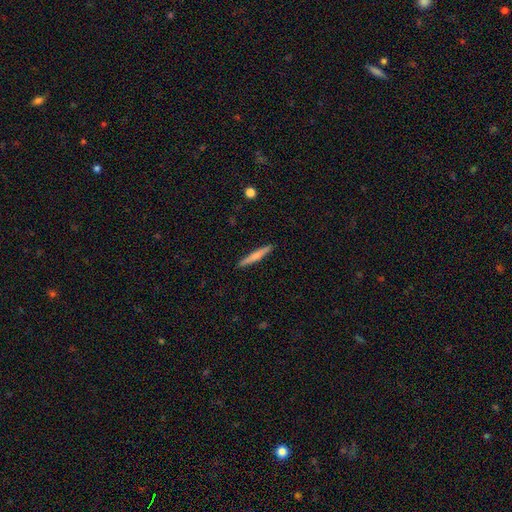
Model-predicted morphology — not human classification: A smooth galaxy with no disk features (61%) that is cigar-shaped (95%).

Vote fractions:
- Smooth or featured? smooth: 61% / featured or disk: 34% / star or artifact: 6%
- How rounded? cigar-shaped: 95% / in between: 3% / round: 2%
- Merging? none: 91% / minor disturbance: 6% / major disturbance: 1% / merger: 1%